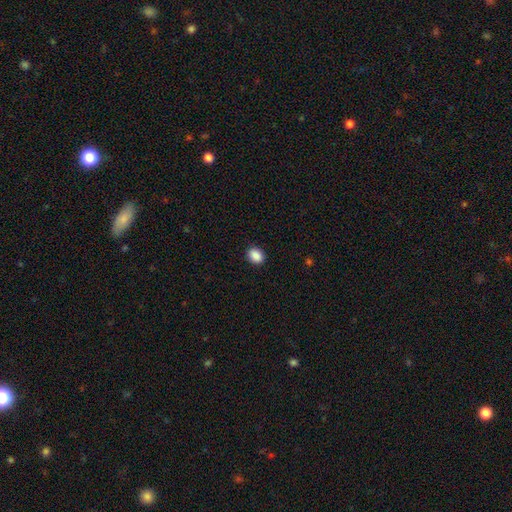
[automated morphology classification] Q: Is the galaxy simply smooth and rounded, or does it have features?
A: smooth — 89%.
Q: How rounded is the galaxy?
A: in between — 58%.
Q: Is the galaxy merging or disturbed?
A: none — 90%.